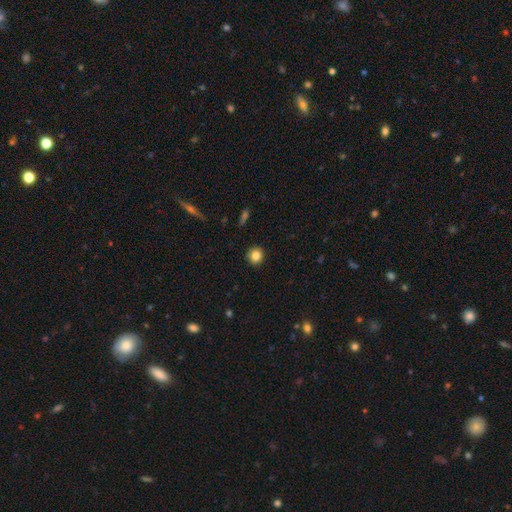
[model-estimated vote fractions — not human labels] A smooth galaxy with no disk features (84%) that is round (90%).

Vote fractions:
- Smooth or featured? smooth: 84% / star or artifact: 10% / featured or disk: 6%
- How rounded? round: 90% / in between: 9% / cigar-shaped: 1%
- Merging? none: 91% / minor disturbance: 6% / major disturbance: 2% / merger: 1%